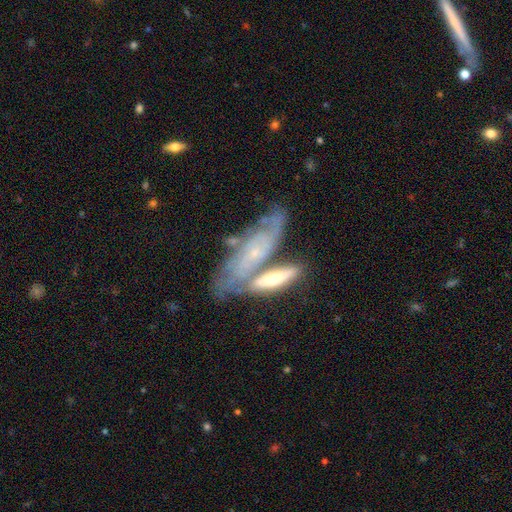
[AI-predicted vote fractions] Smooth or featured? featured or disk (69%)
Edge-on disk? no (72%)
Merging? none (42%)